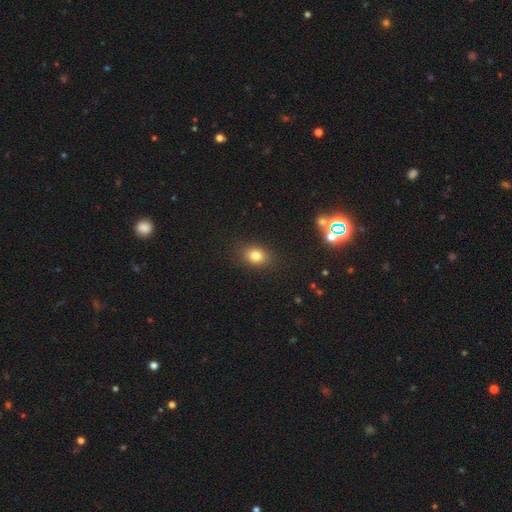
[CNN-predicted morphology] smooth_or_featured: smooth (p=0.80) [alt: star or artifact p=0.12]
how_rounded: in between (p=0.62) [alt: round p=0.37]
merging: none (p=0.86) [alt: minor disturbance p=0.09]